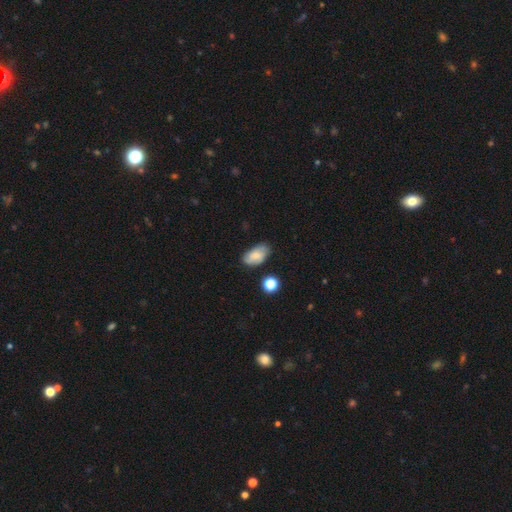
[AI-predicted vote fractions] smooth 70%, featured or disk 22%, star or artifact 9%. Down the decision tree: how rounded — in between (92%); merging — none (70%).